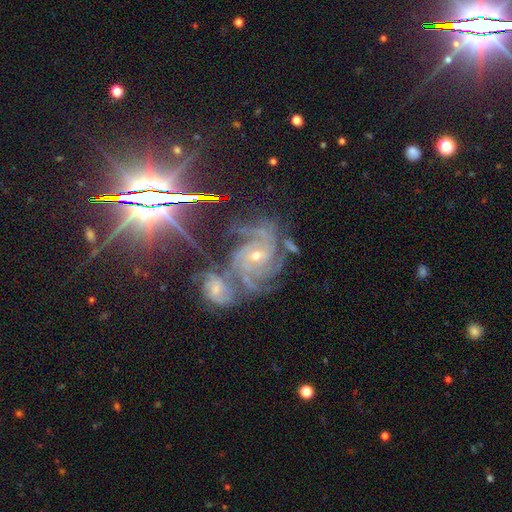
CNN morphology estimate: The model was most divided on "spiral arm count": 3: 30%, can't tell: 20%, 2: 19%, 4: 14%, more than 4: 9%, 1: 8%. More confident: spiral arms — yes (97%); edge-on disk — no (96%); smooth or featured — featured or disk (69%); bulge size — small (68%); spiral winding — tight (63%); bar — no (60%); merging — none (59%).